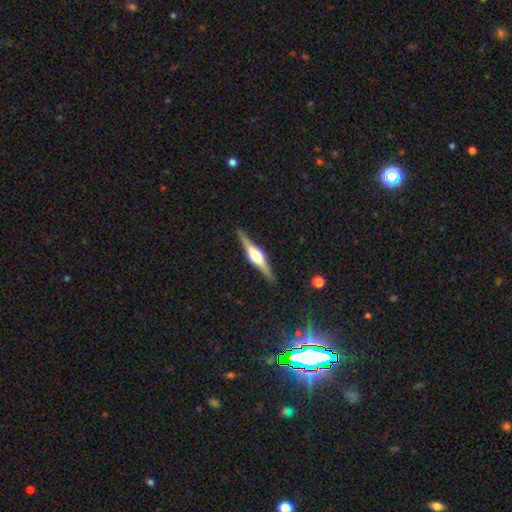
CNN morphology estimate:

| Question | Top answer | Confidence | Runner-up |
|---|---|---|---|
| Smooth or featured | featured or disk | 81% | smooth (14%) |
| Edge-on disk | yes | 98% | no (2%) |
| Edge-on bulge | rounded | 92% | boxy (7%) |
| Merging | none | 90% | minor disturbance (7%) |